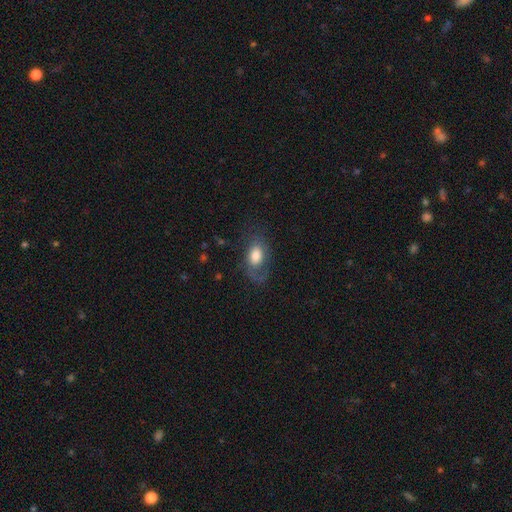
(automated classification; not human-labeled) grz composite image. It shows a smooth galaxy with no disk features (65%) that is in between round and cigar-shaped (83%). Merging: none (53%).